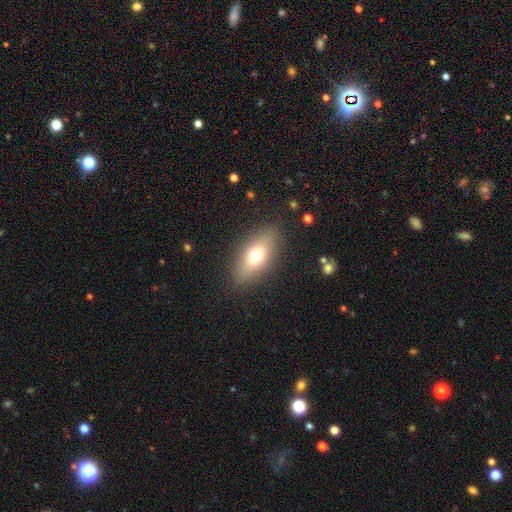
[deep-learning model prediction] A smooth galaxy with no disk features (67%) that is in between round and cigar-shaped (79%).

Vote fractions:
- Smooth or featured? smooth: 67% / featured or disk: 24% / star or artifact: 10%
- How rounded? in between: 79% / cigar-shaped: 13% / round: 8%
- Merging? none: 86% / minor disturbance: 9% / major disturbance: 4% / merger: 1%